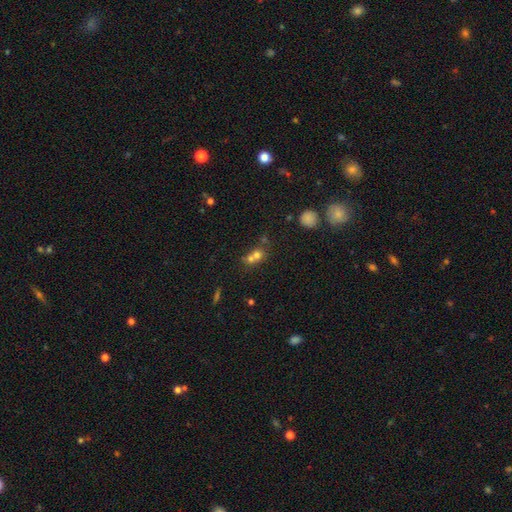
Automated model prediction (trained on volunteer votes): Smooth or featured? Predicted: smooth (p=0.63). How rounded? Predicted: round (p=0.74). Merging? Predicted: merger (p=0.59).